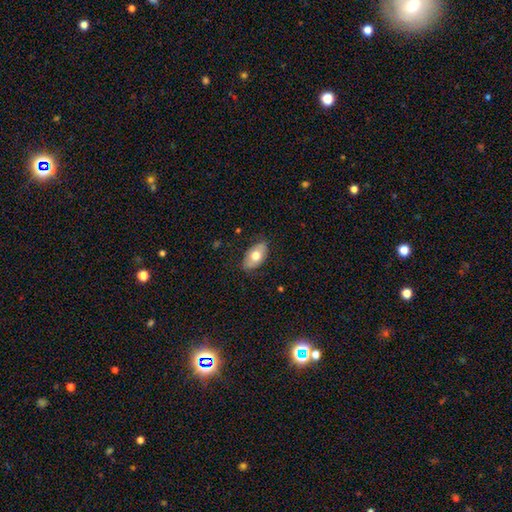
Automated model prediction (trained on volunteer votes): The model was most divided on "smooth or featured": smooth: 67%, featured or disk: 27%, star or artifact: 6%. More confident: how rounded — in between (93%); merging — none (80%).